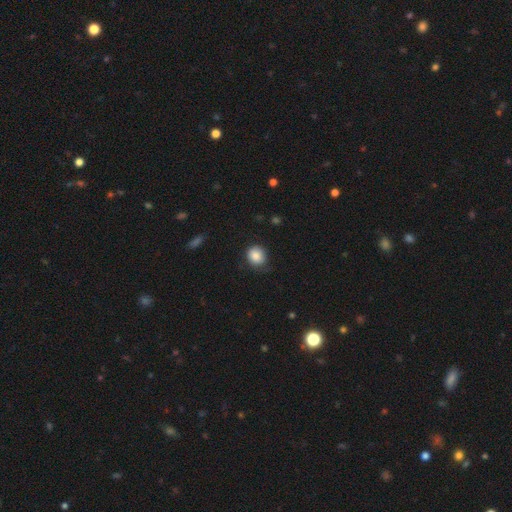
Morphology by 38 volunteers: type=smooth (84%); roundness=round (69%); merging=none (74%).